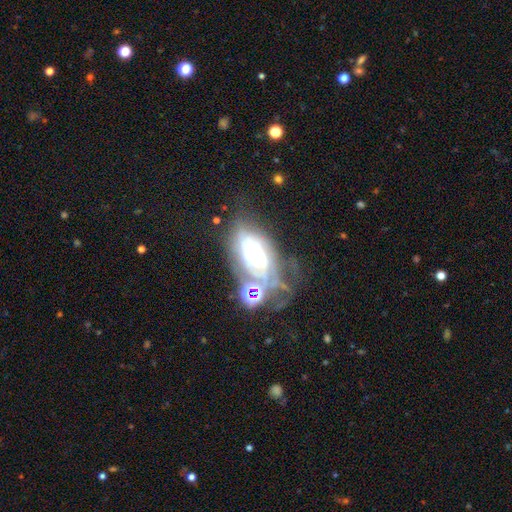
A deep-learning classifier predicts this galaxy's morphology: smooth_or_featured: featured or disk (p=0.73) [alt: smooth p=0.14]
disk_edge_on: no (p=0.92) [alt: yes p=0.08]
bar: no (p=0.76) [alt: weak p=0.17]
has_spiral_arms: yes (p=0.81) [alt: no p=0.19]
spiral_winding: tight (p=0.67) [alt: medium p=0.24]
spiral_arm_count: can't tell (p=0.55) [alt: 2 p=0.17]
bulge_size: moderate (p=0.45) [alt: small p=0.28]
merging: none (p=0.41) [alt: major disturbance p=0.24]